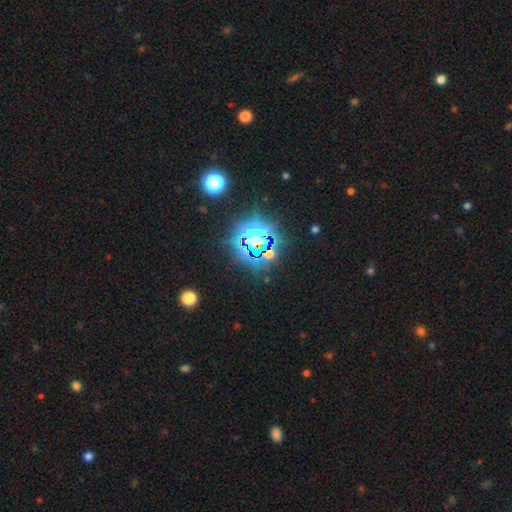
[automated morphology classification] Smooth or featured? Predicted: star or artifact (p=0.77).